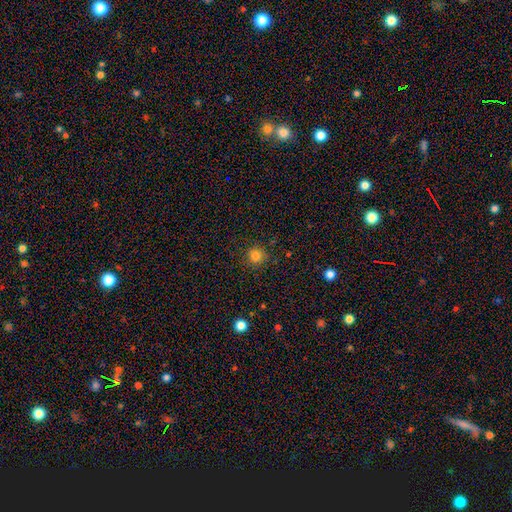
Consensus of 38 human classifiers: Smooth or featured: smooth — 84% (featured or disk — 8%)
How rounded: round — 91% (in between — 9%)
Merging: none — 89% (minor disturbance — 9%)